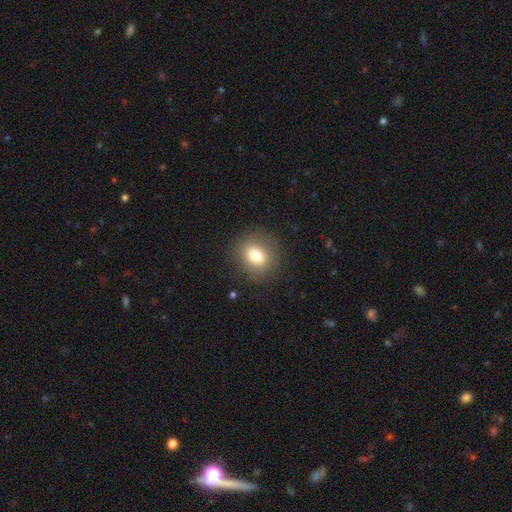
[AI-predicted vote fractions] Morphology: type=smooth (76%); roundness=round (69%); merging=none (85%).